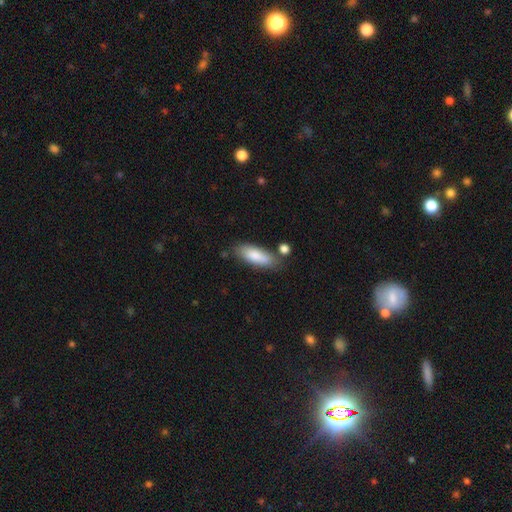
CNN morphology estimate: Smooth or featured? smooth (83%)
How rounded? in between (64%)
Merging? none (71%)